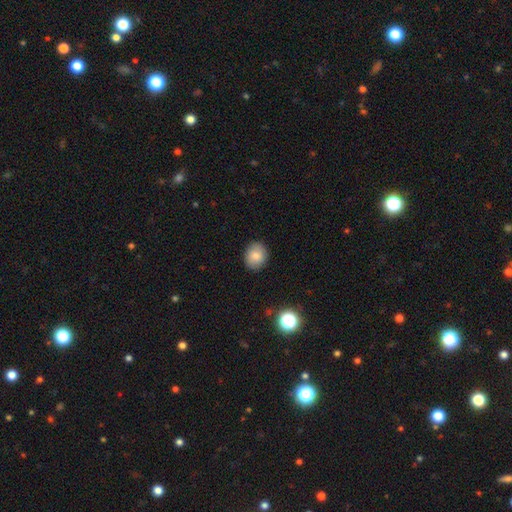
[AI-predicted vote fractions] Morphology: type=smooth (82%); roundness=round (61%); merging=none (88%).